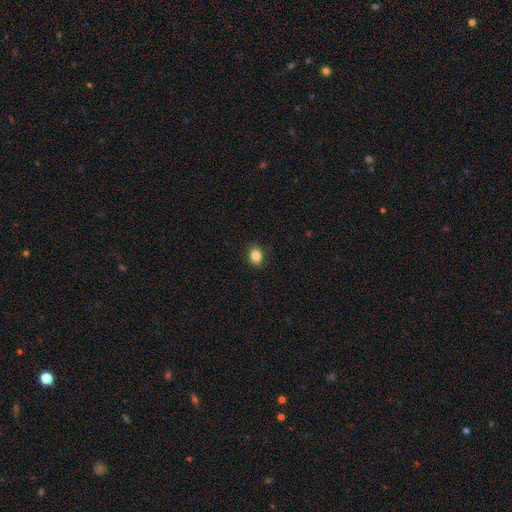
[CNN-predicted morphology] Smooth or featured: smooth — 85% (star or artifact — 10%)
How rounded: in between — 55% (round — 44%)
Merging: none — 88% (minor disturbance — 9%)